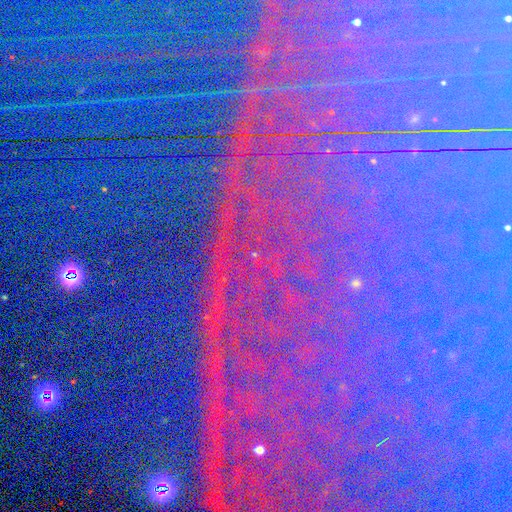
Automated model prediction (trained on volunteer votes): star or artifact 82%, featured or disk 9%, smooth 9%.